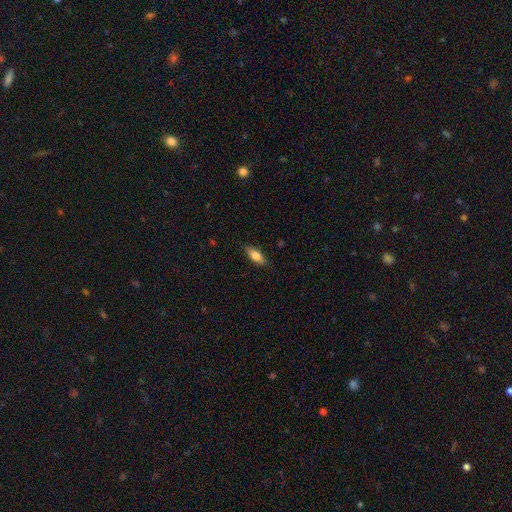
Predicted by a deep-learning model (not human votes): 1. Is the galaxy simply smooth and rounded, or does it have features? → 74% smooth, 19% featured or disk, 6% star or artifact.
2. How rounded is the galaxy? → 67% in between, 31% cigar-shaped, 2% round.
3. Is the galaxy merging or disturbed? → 86% none, 11% minor disturbance, 2% major disturbance, 1% merger.